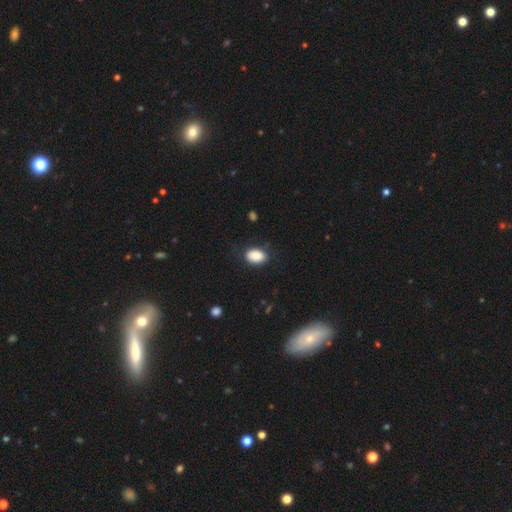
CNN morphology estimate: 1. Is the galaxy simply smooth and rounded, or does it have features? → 89% smooth, 7% star or artifact, 4% featured or disk.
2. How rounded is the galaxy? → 84% in between, 15% round, 1% cigar-shaped.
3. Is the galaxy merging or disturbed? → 79% none, 15% minor disturbance, 5% major disturbance, 1% merger.